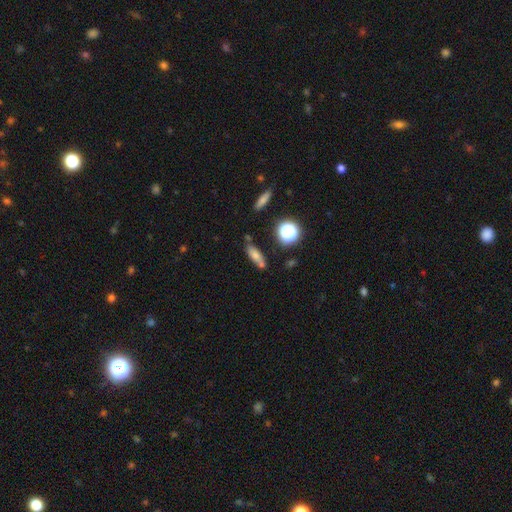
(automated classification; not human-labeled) Smooth or featured: smooth — 69% (star or artifact — 16%)
How rounded: in between — 54% (cigar-shaped — 36%)
Merging: none — 63% (minor disturbance — 17%)